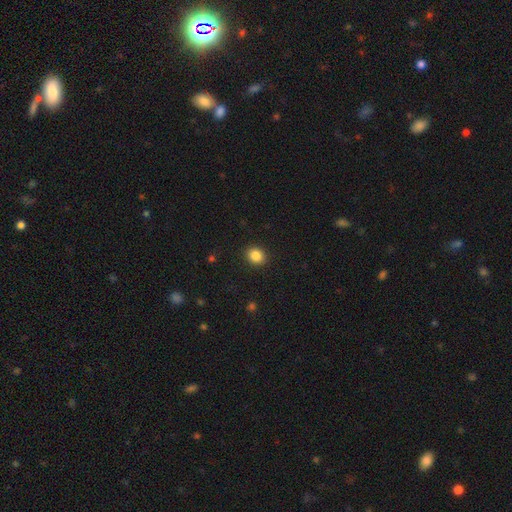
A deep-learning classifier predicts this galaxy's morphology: A smooth galaxy with no disk features (86%) that is round (61%). Merging: none (90%).